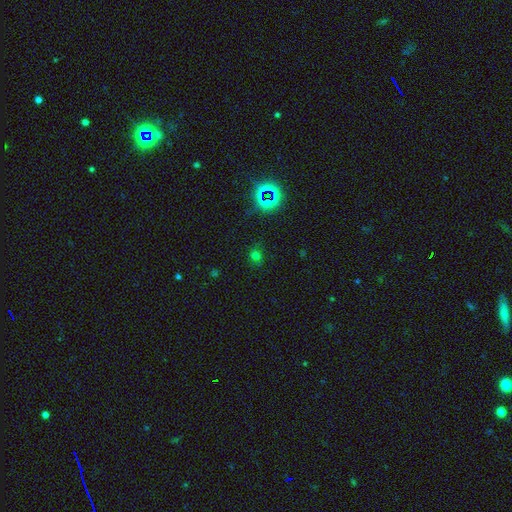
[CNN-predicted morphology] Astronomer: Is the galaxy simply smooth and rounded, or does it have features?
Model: smooth — 57% (runner-up: star or artifact, 36%).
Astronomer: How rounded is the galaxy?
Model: round — 79%.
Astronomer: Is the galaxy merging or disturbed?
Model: none — 81%.